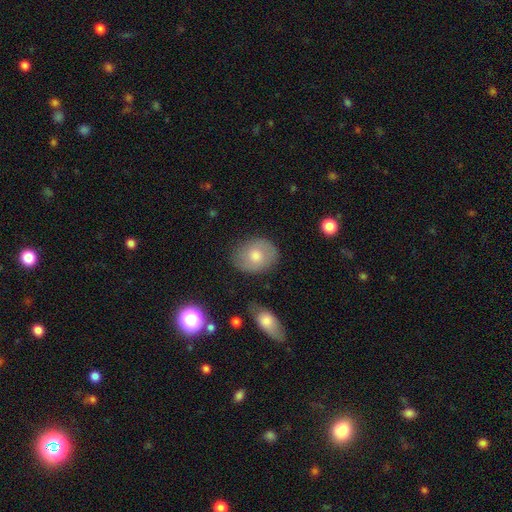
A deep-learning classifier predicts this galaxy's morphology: Smooth or featured?
  - smooth: 59% *
  - featured or disk: 32%
  - star or artifact: 9%
How rounded?
  - in between: 52% *
  - round: 47%
  - cigar-shaped: 1%
Merging?
  - none: 80% *
  - minor disturbance: 14%
  - major disturbance: 4%
  - merger: 2%